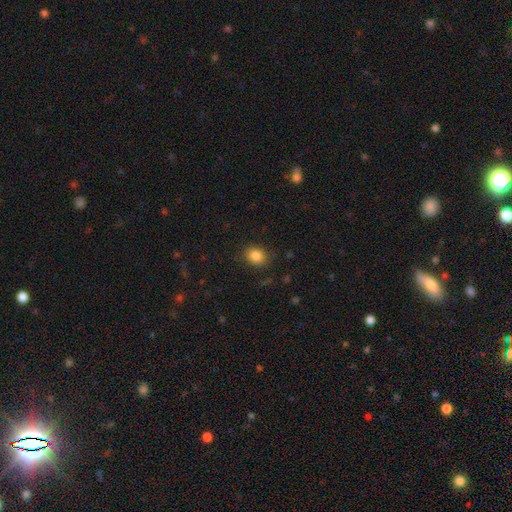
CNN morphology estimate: smooth-or-featured: smooth: 85% | star or artifact: 10% | featured or disk: 5%
  how-rounded: round: 55% | in between: 44% | cigar-shaped: 1%
  merging: none: 86% | minor disturbance: 10% | major disturbance: 3% | merger: 1%